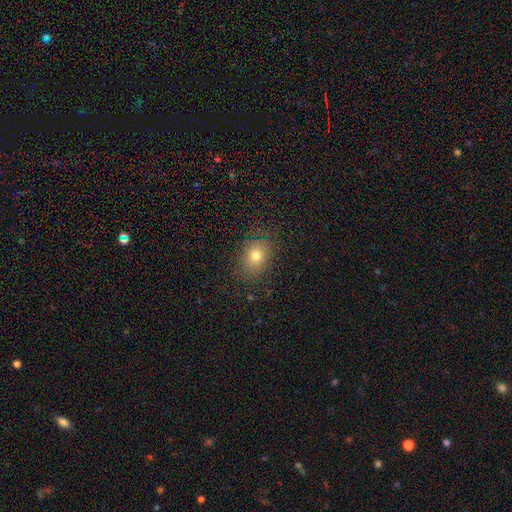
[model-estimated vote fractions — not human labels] Smooth or featured? smooth (77%)
How rounded? in between (59%)
Merging? none (83%)